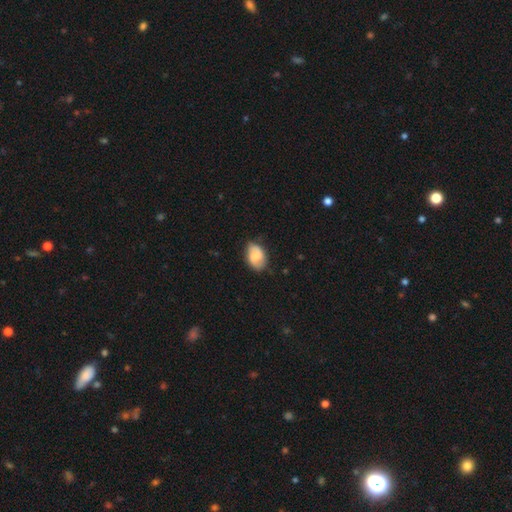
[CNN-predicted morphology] This appears to be a smooth galaxy with no disk features (53%) that is in between round and cigar-shaped (83%). Merging: none (75%).